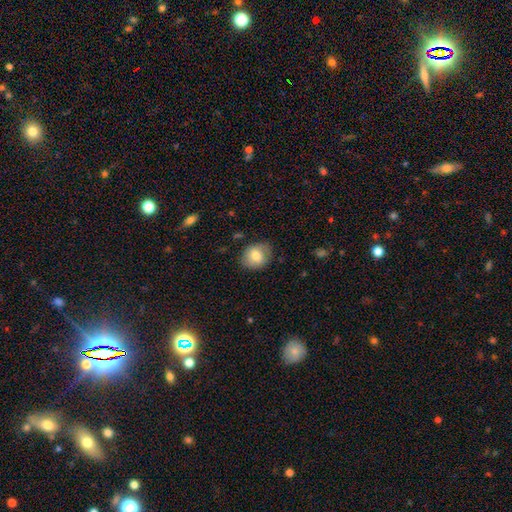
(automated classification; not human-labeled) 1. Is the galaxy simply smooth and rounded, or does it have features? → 71% smooth, 21% featured or disk, 8% star or artifact.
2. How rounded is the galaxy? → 60% round, 40% in between, 1% cigar-shaped.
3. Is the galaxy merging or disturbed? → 74% none, 20% minor disturbance, 5% major disturbance, 1% merger.